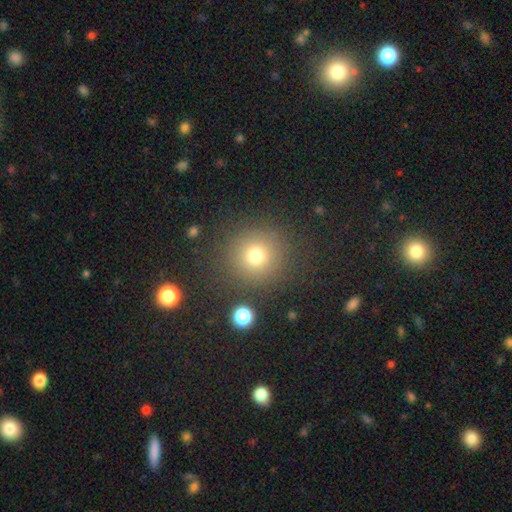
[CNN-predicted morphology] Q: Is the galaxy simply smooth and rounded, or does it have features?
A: smooth — 76%.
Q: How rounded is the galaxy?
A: round — 93%.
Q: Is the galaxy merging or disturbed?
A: none — 85%.